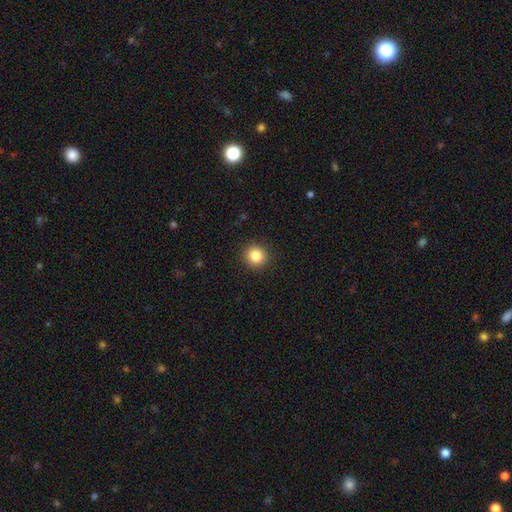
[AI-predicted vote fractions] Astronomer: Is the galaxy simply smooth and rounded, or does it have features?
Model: smooth — 84%.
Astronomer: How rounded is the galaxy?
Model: round — 92%.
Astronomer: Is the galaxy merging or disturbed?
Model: none — 92%.